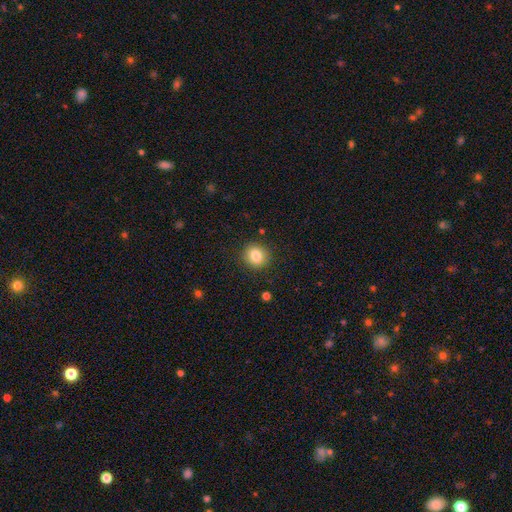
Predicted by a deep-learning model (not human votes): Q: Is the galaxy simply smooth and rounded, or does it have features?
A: smooth — 84%.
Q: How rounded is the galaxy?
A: round — 88%.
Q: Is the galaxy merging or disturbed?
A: none — 90%.